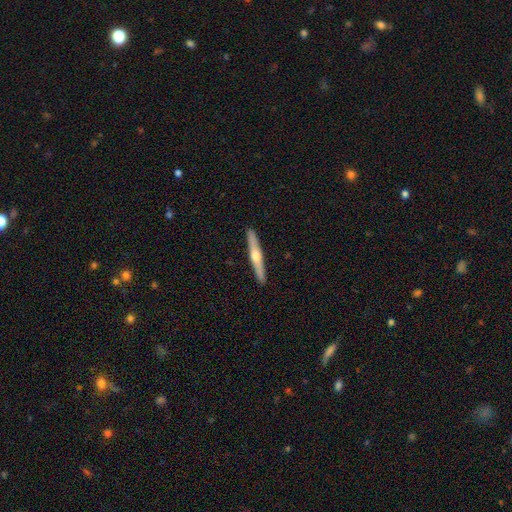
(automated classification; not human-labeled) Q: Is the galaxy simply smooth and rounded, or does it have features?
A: featured or disk — 63%.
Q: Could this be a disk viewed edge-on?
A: yes — 96%.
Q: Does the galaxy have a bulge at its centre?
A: rounded — 90%.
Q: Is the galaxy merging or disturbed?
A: none — 92%.